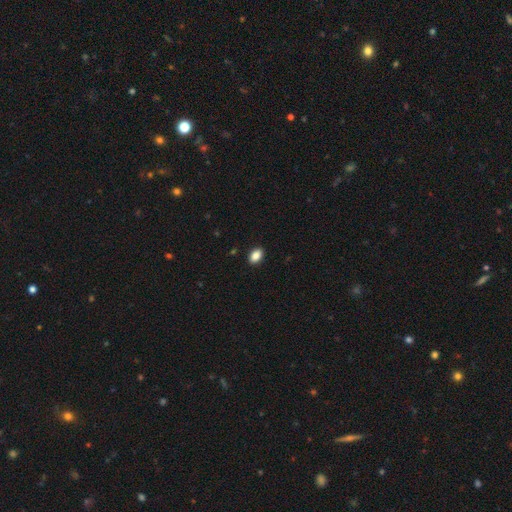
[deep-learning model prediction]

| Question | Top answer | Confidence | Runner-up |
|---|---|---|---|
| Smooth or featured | smooth | 88% | star or artifact (8%) |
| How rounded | in between | 88% | round (10%) |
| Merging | none | 90% | minor disturbance (7%) |